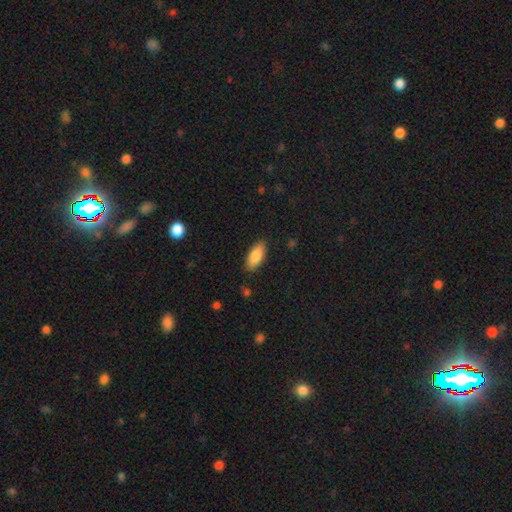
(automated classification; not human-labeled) smooth-or-featured: smooth: 84% | featured or disk: 10% | star or artifact: 6%
  how-rounded: in between: 85% | cigar-shaped: 13% | round: 2%
  merging: none: 86% | minor disturbance: 10% | major disturbance: 2% | merger: 1%